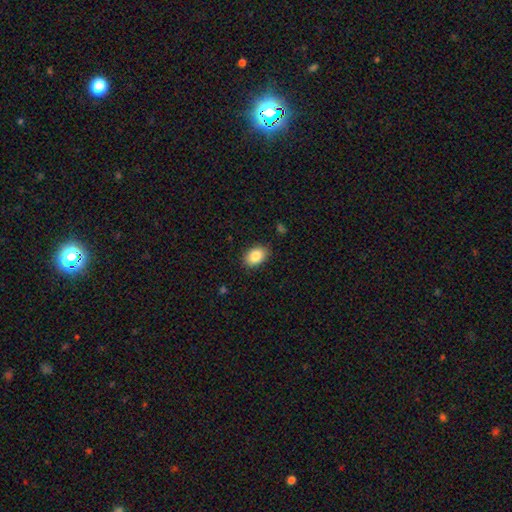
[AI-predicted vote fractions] Overall: smooth (86%). How rounded: in between (84%). Merging: none (86%).